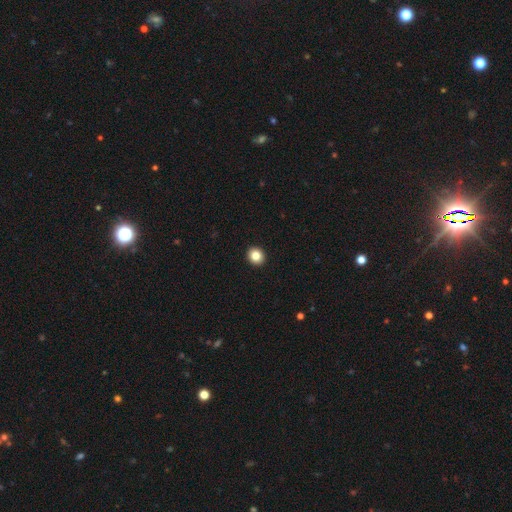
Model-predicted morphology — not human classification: Q: Smooth or featured?
A: smooth (84%); runner-up: star or artifact (10%)
Q: How rounded?
A: round (82%); runner-up: in between (17%)
Q: Merging?
A: none (94%); runner-up: minor disturbance (4%)